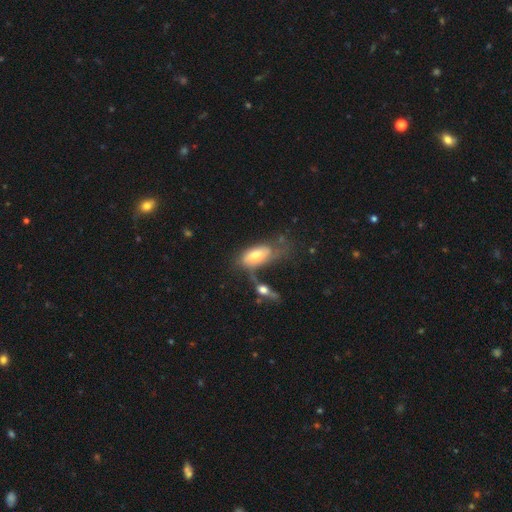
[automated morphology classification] Smooth or featured? smooth (61%)
How rounded? in between (88%)
Merging? none (30%)